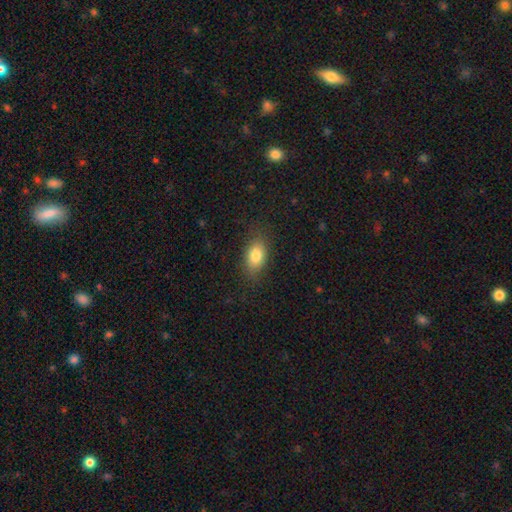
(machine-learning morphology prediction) Smooth or featured: smooth — 81% (featured or disk — 10%)
How rounded: in between — 86% (round — 10%)
Merging: none — 83% (minor disturbance — 12%)